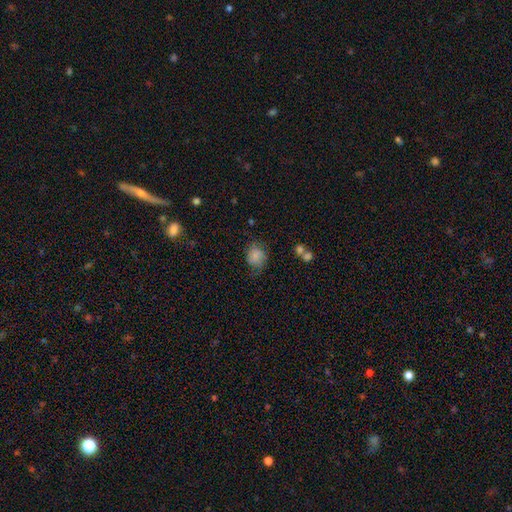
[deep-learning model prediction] smooth_or_featured: smooth (p=0.70) [alt: featured or disk p=0.21]
how_rounded: round (p=0.56) [alt: in between p=0.43]
merging: none (p=0.48) [alt: minor disturbance p=0.31]